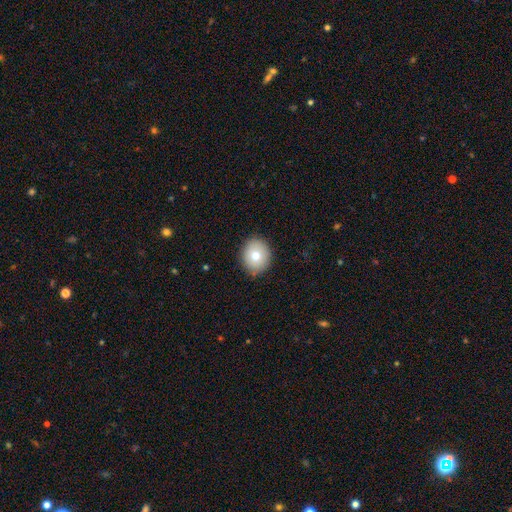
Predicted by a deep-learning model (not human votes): The model was most divided on "how rounded": round: 68%, in between: 31%, cigar-shaped: 1%. More confident: merging — none (86%); smooth or featured — smooth (75%).